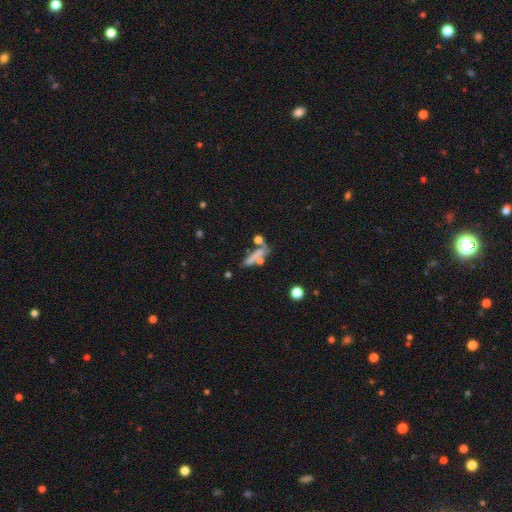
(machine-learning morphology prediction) Smooth or featured? smooth (54%)
How rounded? cigar-shaped (64%)
Merging? merger (38%)